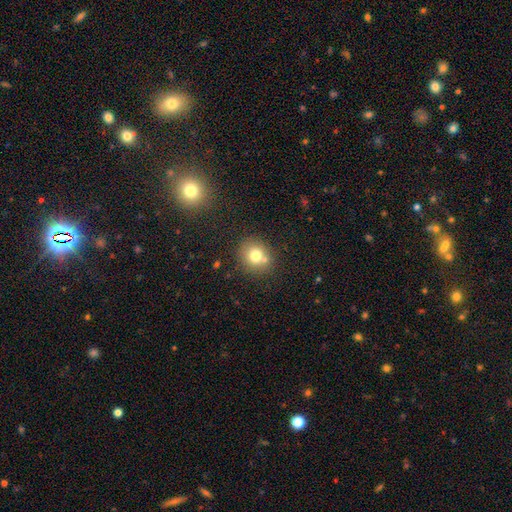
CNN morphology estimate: A smooth galaxy with no disk features (74%) that is round (81%). Merging: none (68%).